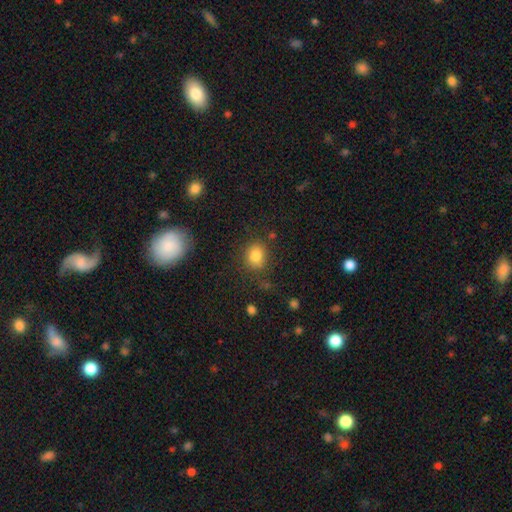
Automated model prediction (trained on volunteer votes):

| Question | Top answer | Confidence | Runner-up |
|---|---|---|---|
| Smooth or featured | smooth | 82% | star or artifact (11%) |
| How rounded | round | 69% | in between (30%) |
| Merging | none | 77% | minor disturbance (14%) |